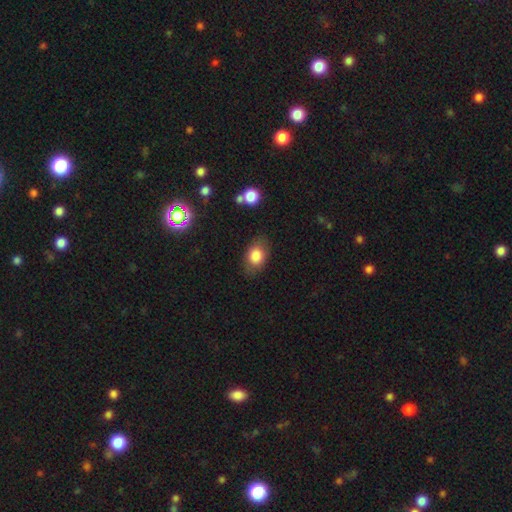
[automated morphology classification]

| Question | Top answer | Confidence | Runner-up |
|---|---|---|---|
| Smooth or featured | smooth | 80% | featured or disk (11%) |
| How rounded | in between | 75% | round (24%) |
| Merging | none | 77% | minor disturbance (16%) |